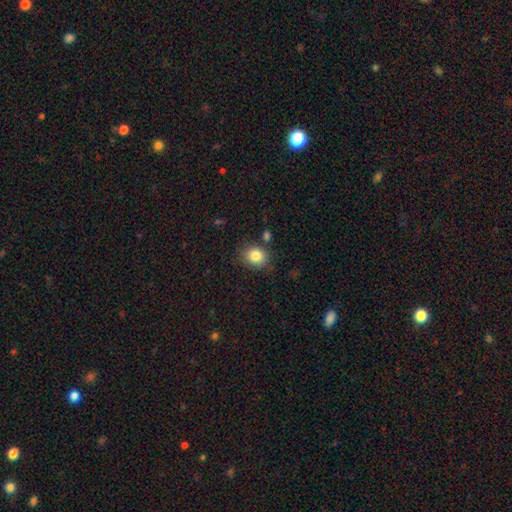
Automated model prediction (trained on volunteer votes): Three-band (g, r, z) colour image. It shows a smooth galaxy with no disk features (84%) that is round (63%). Merging: none (80%).